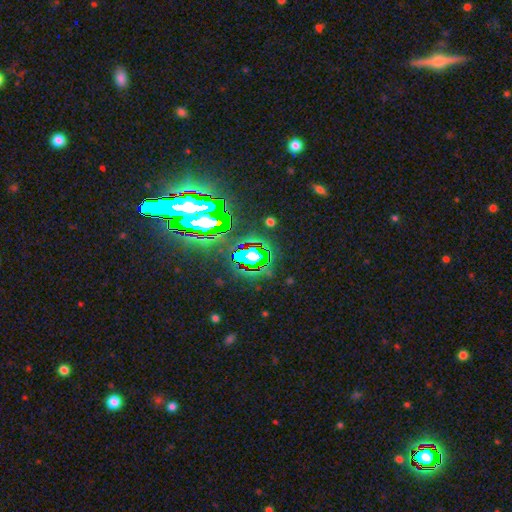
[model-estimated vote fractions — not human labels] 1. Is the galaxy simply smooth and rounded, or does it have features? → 81% star or artifact, 10% featured or disk, 9% smooth.